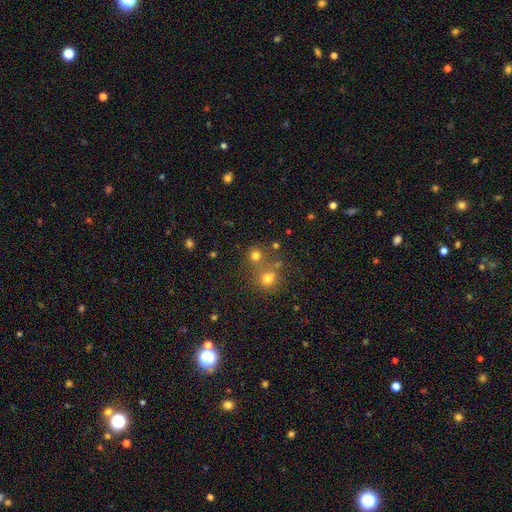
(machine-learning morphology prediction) smooth-or-featured: smooth: 73% | star or artifact: 19% | featured or disk: 8%
  how-rounded: round: 87% | in between: 12% | cigar-shaped: 1%
  merging: none: 61% | merger: 28% | minor disturbance: 8% | major disturbance: 4%